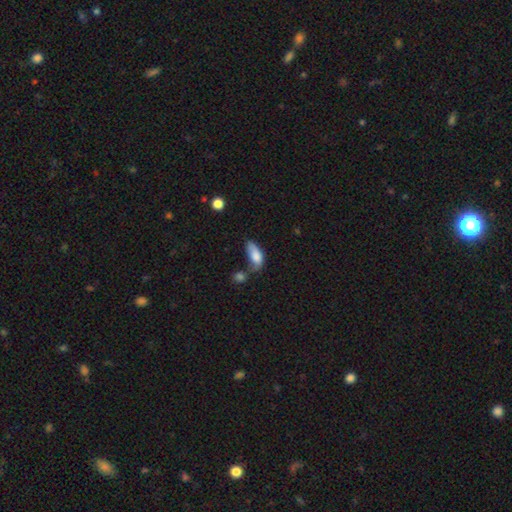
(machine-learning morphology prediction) smooth_or_featured: smooth (p=0.79) [alt: featured or disk p=0.13]
how_rounded: in between (p=0.87) [alt: cigar-shaped p=0.10]
merging: merger (p=0.28) [alt: minor disturbance p=0.27]